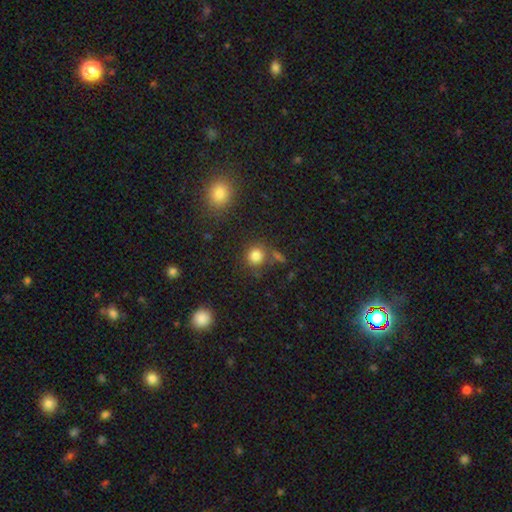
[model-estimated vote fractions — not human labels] This is clearly a smooth galaxy (82%). How rounded: clearly round (88%). Merging: likely none (75%).